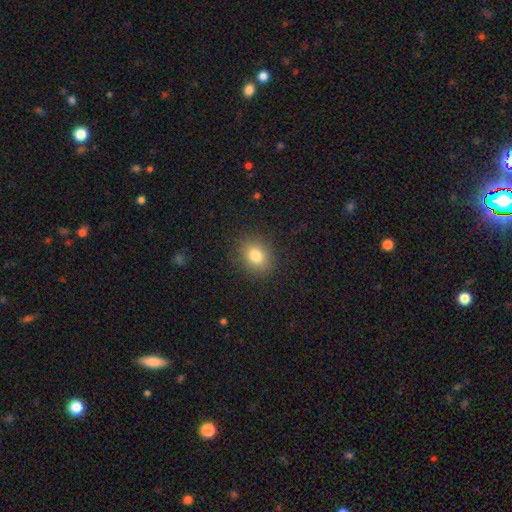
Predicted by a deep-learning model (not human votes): Smooth or featured? Predicted: smooth (p=0.80). How rounded? Predicted: round (p=0.56). Merging? Predicted: none (p=0.88).